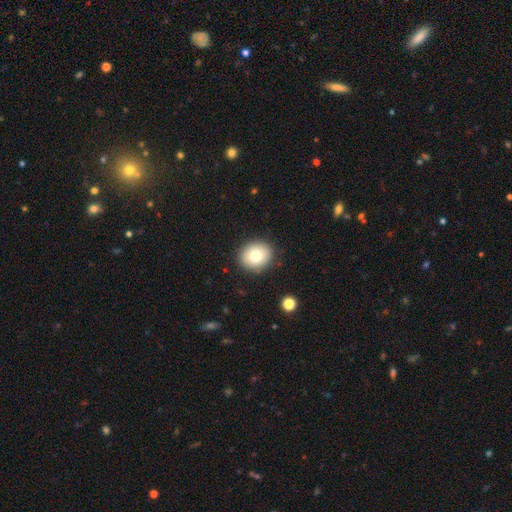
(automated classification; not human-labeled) Smooth or featured?
  - smooth: 76% *
  - featured or disk: 13%
  - star or artifact: 10%
How rounded?
  - round: 69% *
  - in between: 30%
  - cigar-shaped: 1%
Merging?
  - none: 89% *
  - minor disturbance: 8%
  - major disturbance: 2%
  - merger: 1%